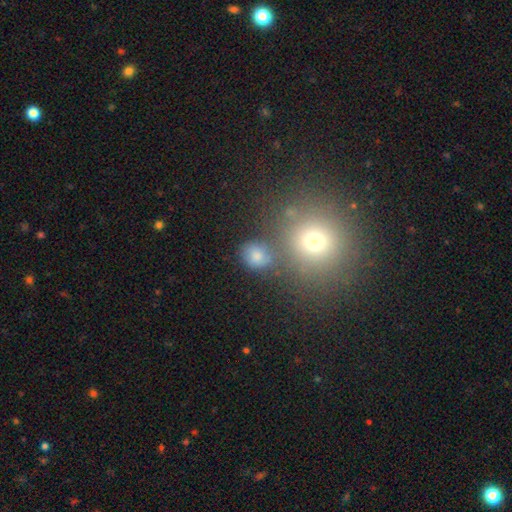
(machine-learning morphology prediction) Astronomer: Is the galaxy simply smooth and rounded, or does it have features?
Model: smooth — 69%.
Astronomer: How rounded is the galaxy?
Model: round — 67%.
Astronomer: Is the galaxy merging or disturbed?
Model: none — 60%.